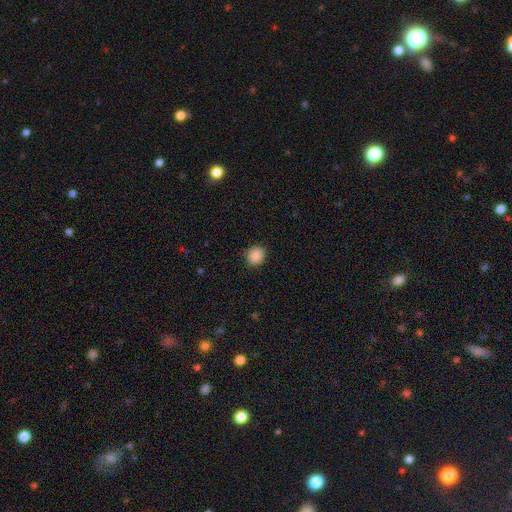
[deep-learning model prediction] A smooth galaxy with no disk features (88%) that is round (77%). Merging: none (86%).